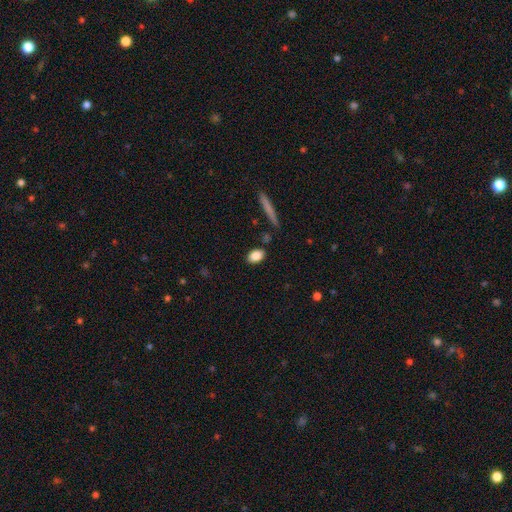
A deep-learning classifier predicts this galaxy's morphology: A smooth galaxy with no disk features (85%) that is in between round and cigar-shaped (85%). Merging: none (83%).